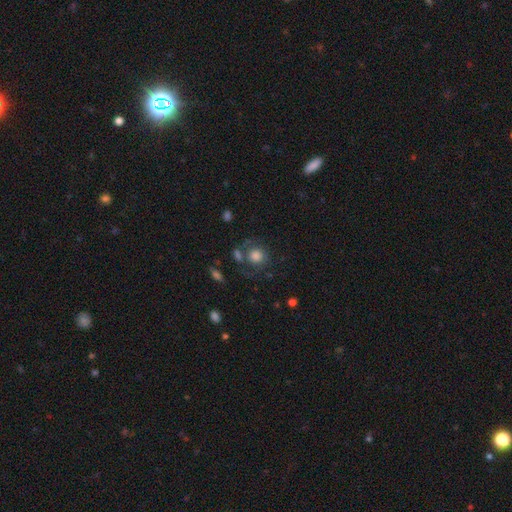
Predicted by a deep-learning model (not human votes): Morphology: type=smooth (69%); roundness=round (84%); merging=none (54%).